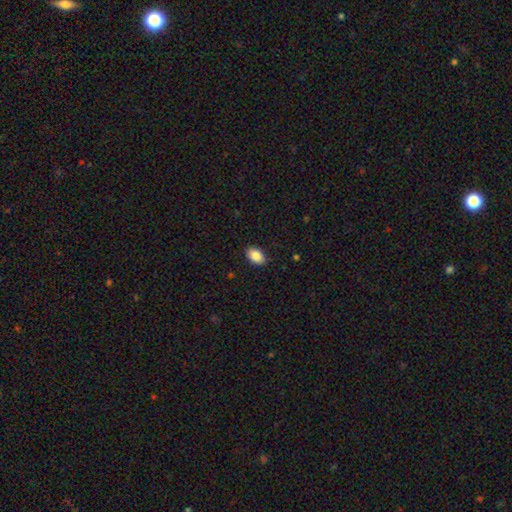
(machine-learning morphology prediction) Smooth or featured?
  - smooth: 87% *
  - star or artifact: 7%
  - featured or disk: 5%
How rounded?
  - in between: 88% *
  - round: 10%
  - cigar-shaped: 1%
Merging?
  - none: 88% *
  - minor disturbance: 9%
  - major disturbance: 2%
  - merger: 1%